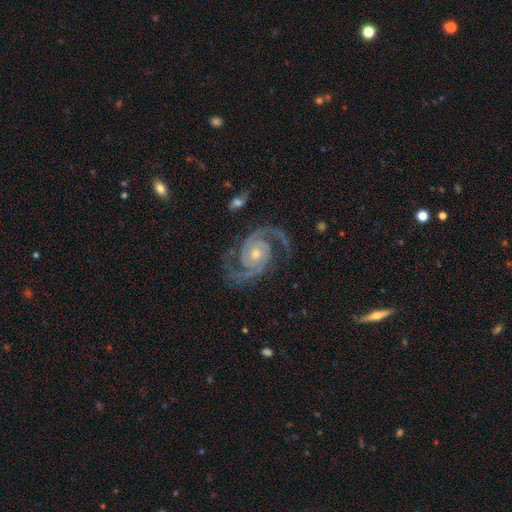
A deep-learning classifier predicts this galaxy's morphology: Overall: featured or disk (92%). Edge-on disk: no (98%). Bar: no (69%). Spiral arms: yes (99%). Spiral arm count: 2 (92%). Spiral winding: medium (50%; tight 42%). Bulge size: small (53%; moderate 43%). Merging: none (83%).